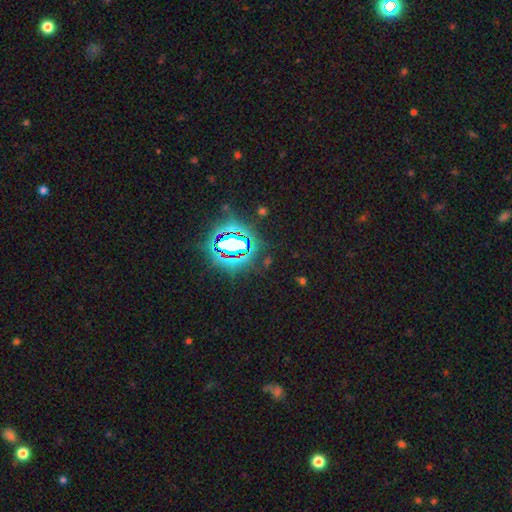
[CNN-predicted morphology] A star or artifact, not a galaxy (83%).